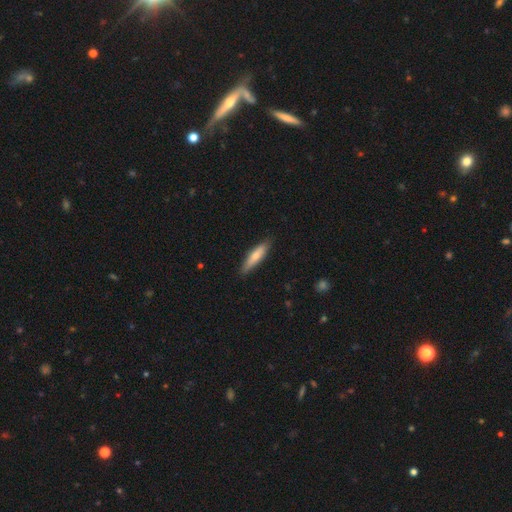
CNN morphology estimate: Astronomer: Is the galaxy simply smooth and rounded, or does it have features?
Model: smooth — 68%.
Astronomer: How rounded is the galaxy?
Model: cigar-shaped — 78%.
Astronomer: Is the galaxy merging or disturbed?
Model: none — 87%.